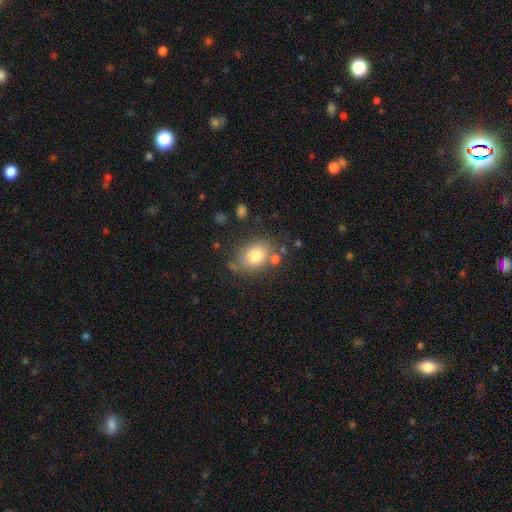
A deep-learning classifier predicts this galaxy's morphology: This is likely a smooth galaxy (76%). How rounded: likely in between (64%). Merging: likely none (66%).